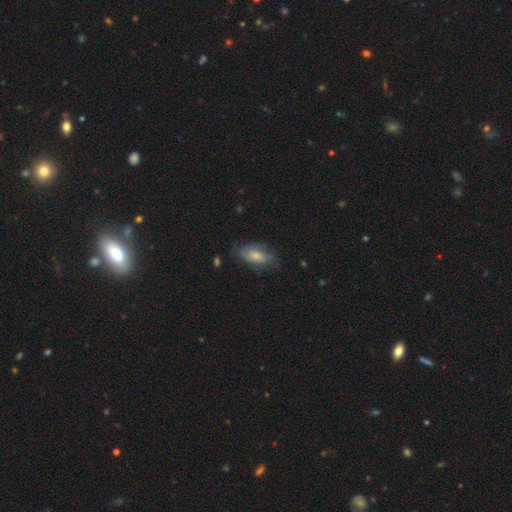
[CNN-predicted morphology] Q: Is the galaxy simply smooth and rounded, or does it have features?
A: smooth — 56%.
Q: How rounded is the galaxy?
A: in between — 88%.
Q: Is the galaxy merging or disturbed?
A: none — 61%.